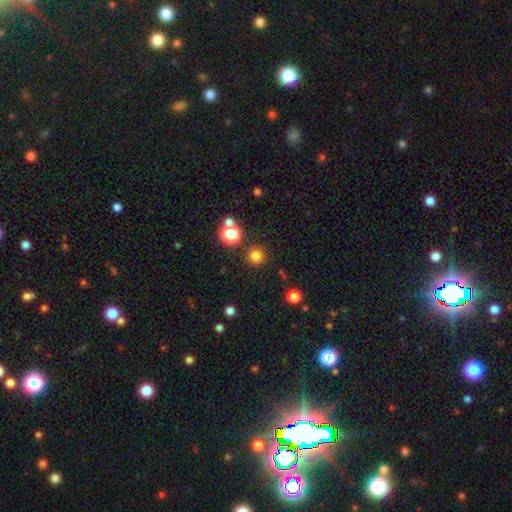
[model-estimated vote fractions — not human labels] smooth_or_featured: smooth (p=0.78) [alt: star or artifact p=0.16]
how_rounded: round (p=0.95) [alt: in between p=0.04]
merging: none (p=0.87) [alt: minor disturbance p=0.06]